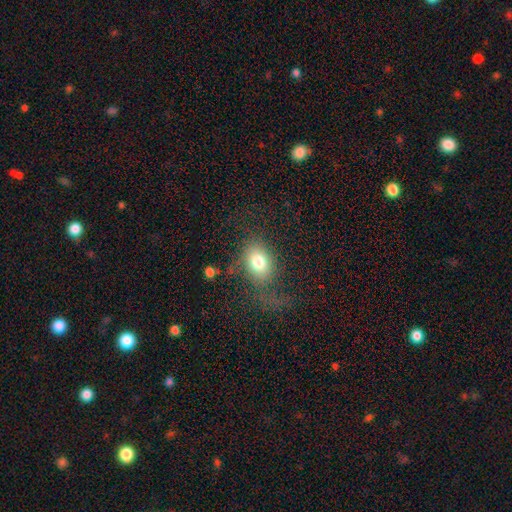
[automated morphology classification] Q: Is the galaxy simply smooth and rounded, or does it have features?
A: smooth — 63%.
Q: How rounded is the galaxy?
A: in between — 56%.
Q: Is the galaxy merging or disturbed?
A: none — 52%.